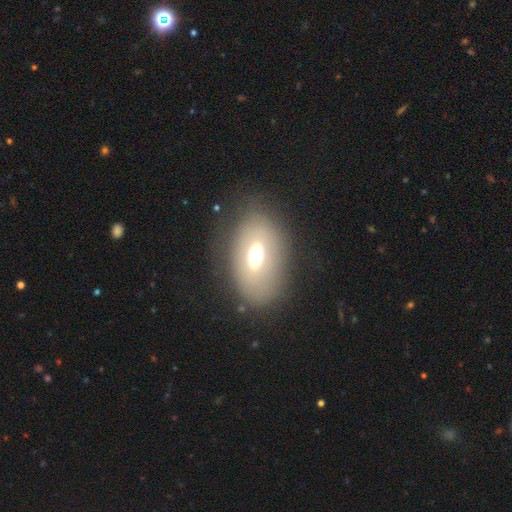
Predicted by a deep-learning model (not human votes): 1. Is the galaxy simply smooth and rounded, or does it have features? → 56% smooth, 32% featured or disk, 12% star or artifact.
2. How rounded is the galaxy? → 83% in between, 15% round, 2% cigar-shaped.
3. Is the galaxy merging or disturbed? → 71% none, 16% minor disturbance, 10% major disturbance, 2% merger.